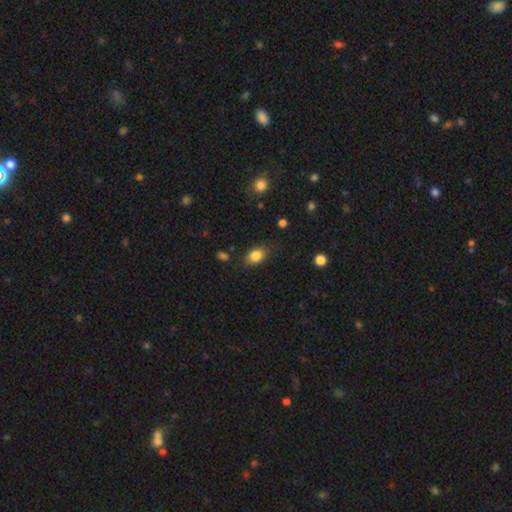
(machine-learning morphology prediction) A smooth galaxy with no disk features (83%) that is in between round and cigar-shaped (77%). Merging: none (78%).